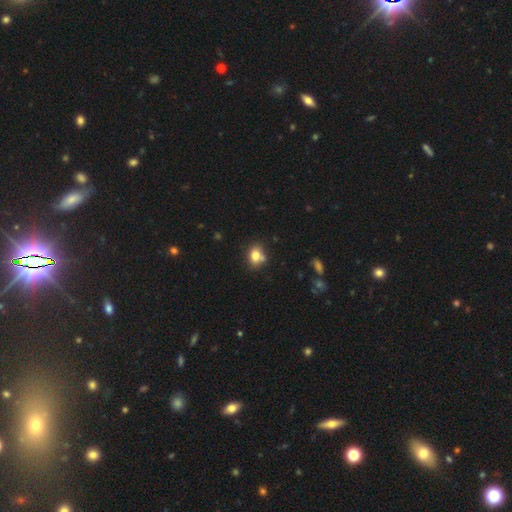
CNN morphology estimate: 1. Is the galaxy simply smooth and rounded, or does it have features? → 77% smooth, 12% featured or disk, 11% star or artifact.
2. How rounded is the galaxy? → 52% in between, 47% round, 1% cigar-shaped.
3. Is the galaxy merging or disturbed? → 63% none, 17% minor disturbance, 16% merger, 4% major disturbance.